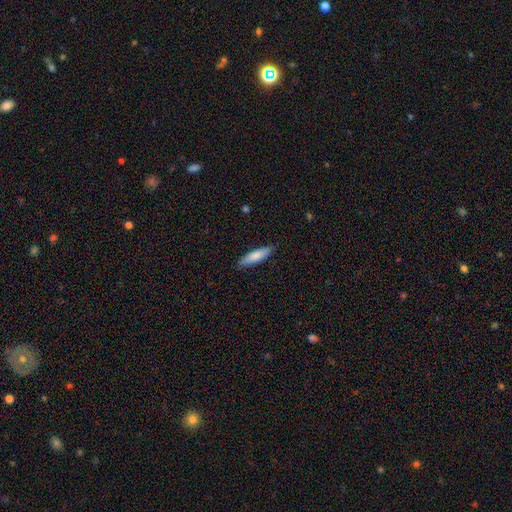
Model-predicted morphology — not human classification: Smooth or featured: smooth — 81% (featured or disk — 14%)
How rounded: cigar-shaped — 71% (in between — 28%)
Merging: none — 88% (minor disturbance — 9%)